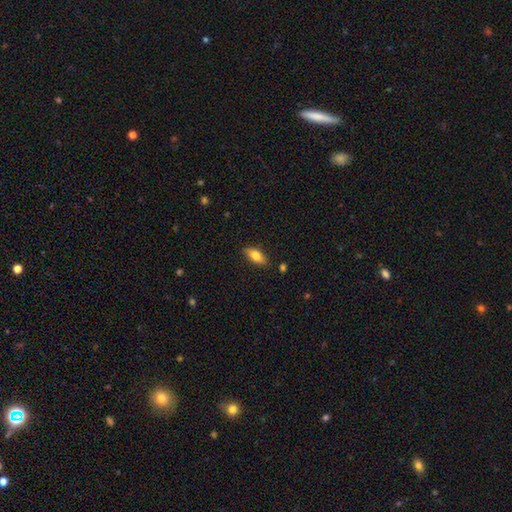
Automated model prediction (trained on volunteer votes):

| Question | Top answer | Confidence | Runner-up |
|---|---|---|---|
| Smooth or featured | smooth | 76% | featured or disk (18%) |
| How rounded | in between | 80% | cigar-shaped (17%) |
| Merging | none | 84% | minor disturbance (12%) |